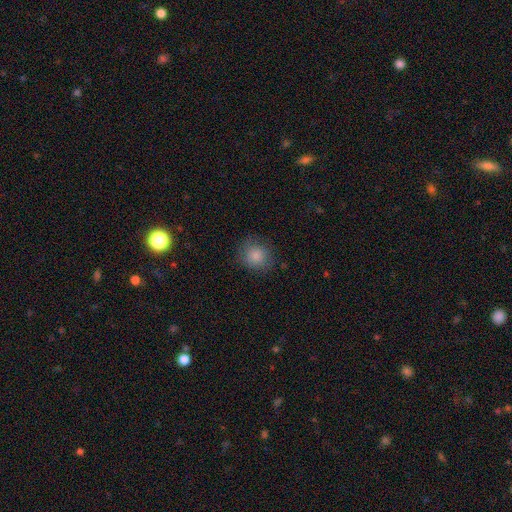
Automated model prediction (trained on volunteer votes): Smooth or featured? smooth (85%)
How rounded? round (85%)
Merging? none (80%)